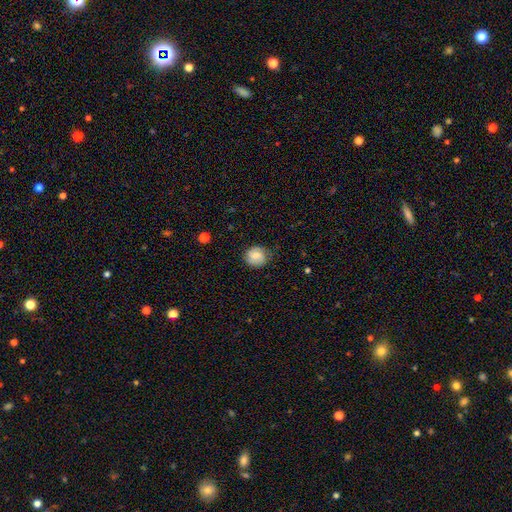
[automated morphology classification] smooth_or_featured: smooth (p=0.63) [alt: featured or disk p=0.29]
how_rounded: round (p=0.78) [alt: in between p=0.21]
merging: none (p=0.74) [alt: minor disturbance p=0.20]